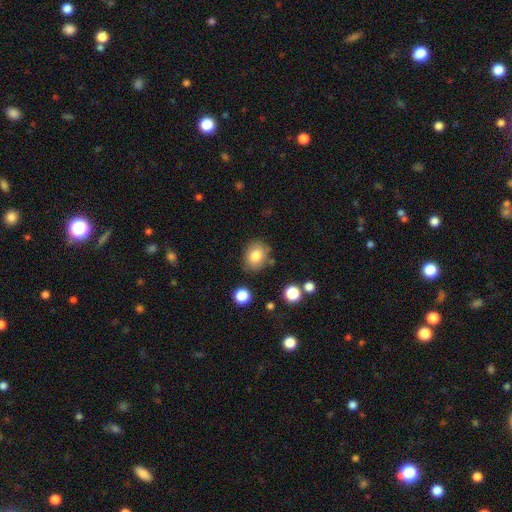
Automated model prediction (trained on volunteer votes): The model was most divided on "how rounded": round: 57%, in between: 42%, cigar-shaped: 1%. More confident: smooth or featured — smooth (80%); merging — none (77%).